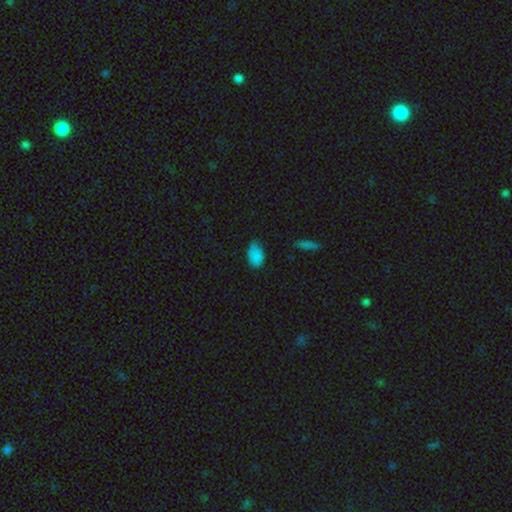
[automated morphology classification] Overall: smooth (84%). How rounded: in between (91%). Merging: none (57%; minor disturbance 35%).